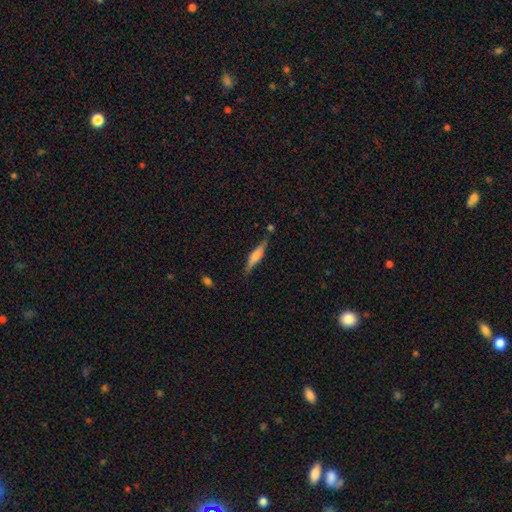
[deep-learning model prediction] This is possibly a featured or disk galaxy (51%). It is clearly viewed edge-on (94%). Merging: likely none (78%).